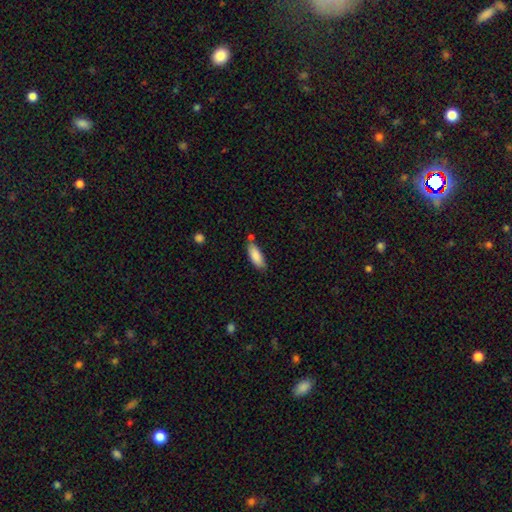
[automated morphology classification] Smooth or featured? smooth (86%)
How rounded? in between (68%)
Merging? none (62%)